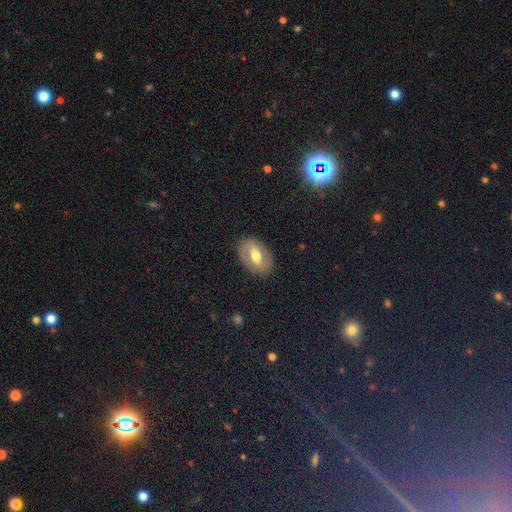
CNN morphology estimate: Overall: smooth (48%; featured or disk 45%). Merging: none (85%).